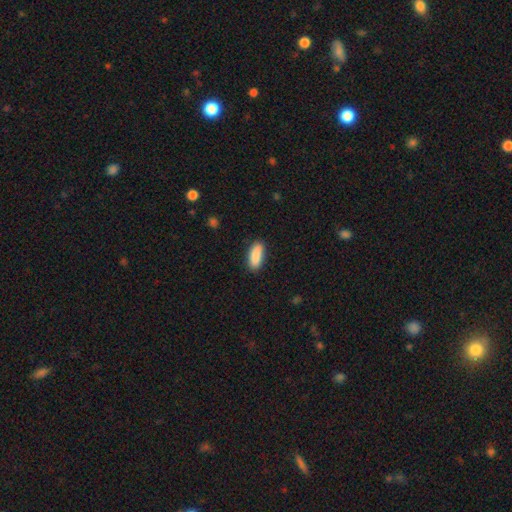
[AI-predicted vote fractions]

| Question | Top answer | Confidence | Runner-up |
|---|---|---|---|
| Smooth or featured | smooth | 90% | star or artifact (6%) |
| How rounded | in between | 78% | cigar-shaped (20%) |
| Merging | none | 87% | minor disturbance (10%) |